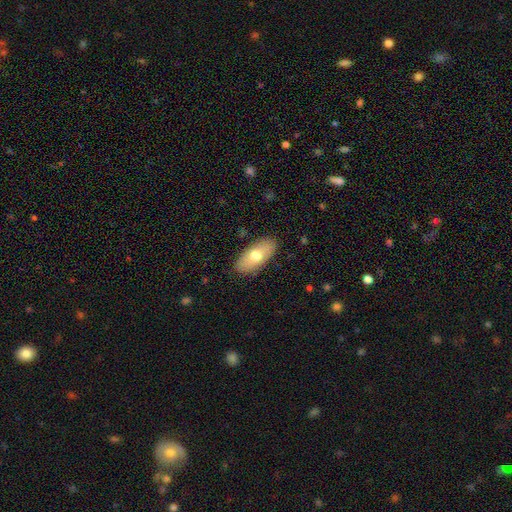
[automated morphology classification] The model was most divided on "smooth or featured": smooth: 69%, featured or disk: 25%, star or artifact: 6%. More confident: merging — none (87%); how rounded — in between (87%).